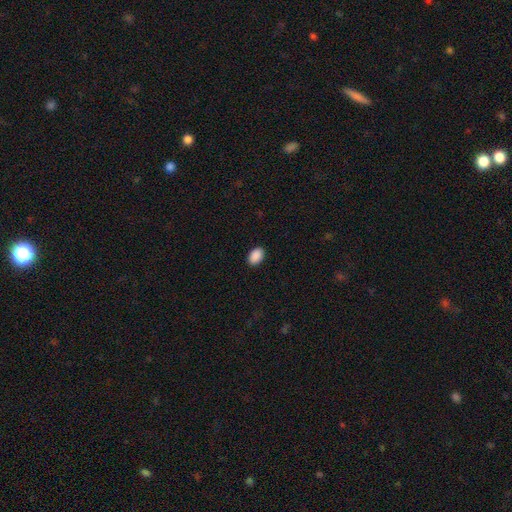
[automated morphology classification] A smooth galaxy with no disk features (91%) that is in between round and cigar-shaped (87%).

Vote fractions:
- Smooth or featured? smooth: 91% / star or artifact: 7% / featured or disk: 2%
- How rounded? in between: 87% / round: 12% / cigar-shaped: 1%
- Merging? none: 91% / minor disturbance: 7% / major disturbance: 2% / merger: 1%